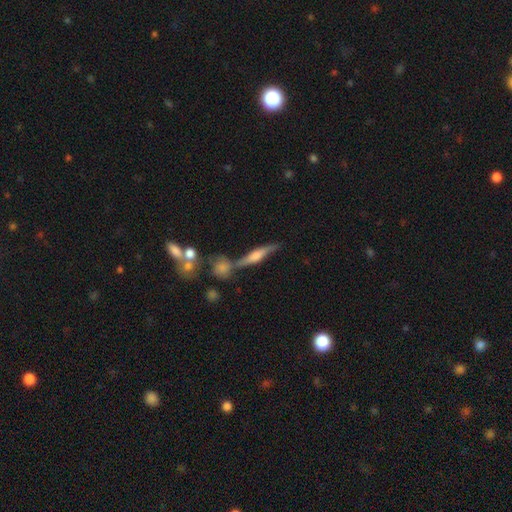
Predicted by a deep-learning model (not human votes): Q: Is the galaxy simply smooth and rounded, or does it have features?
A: featured or disk — 67%.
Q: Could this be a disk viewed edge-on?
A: yes — 90%.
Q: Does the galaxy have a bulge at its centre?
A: rounded — 77%.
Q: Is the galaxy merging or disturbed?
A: none — 64%.